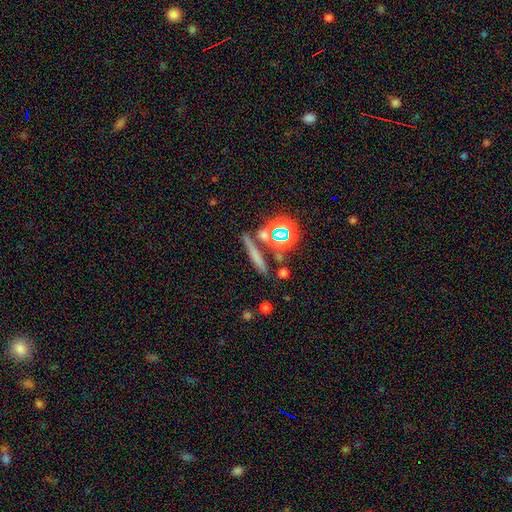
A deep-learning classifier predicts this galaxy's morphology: smooth_or_featured: smooth (p=0.55) [alt: star or artifact p=0.25]
how_rounded: cigar-shaped (p=0.75) [alt: round p=0.15]
merging: none (p=0.77) [alt: merger p=0.10]